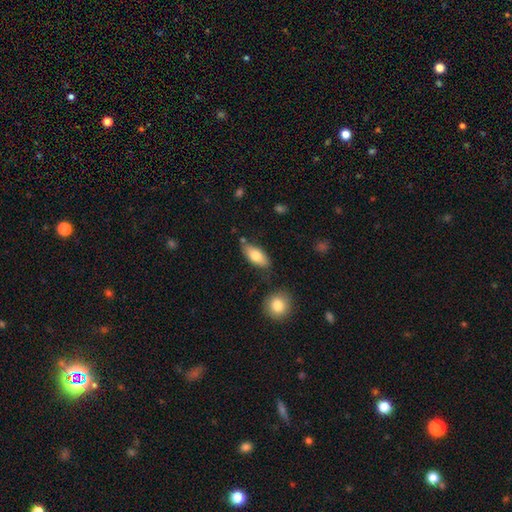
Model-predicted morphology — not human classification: smooth 76%, featured or disk 18%, star or artifact 6%. Down the decision tree: how rounded — in between (85%); merging — none (75%).